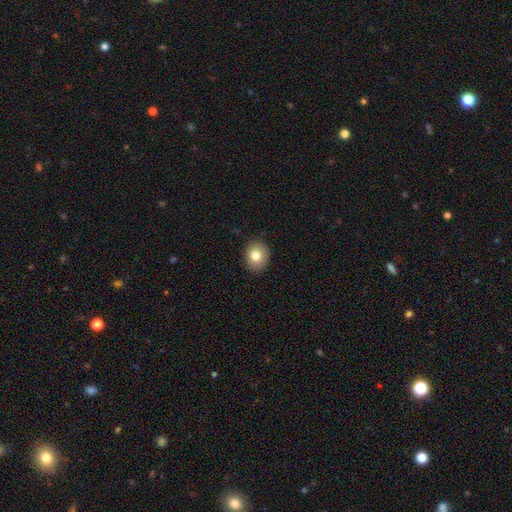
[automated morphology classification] This appears to be a smooth galaxy with no disk features (80%) that is round (66%). Merging: none (89%).